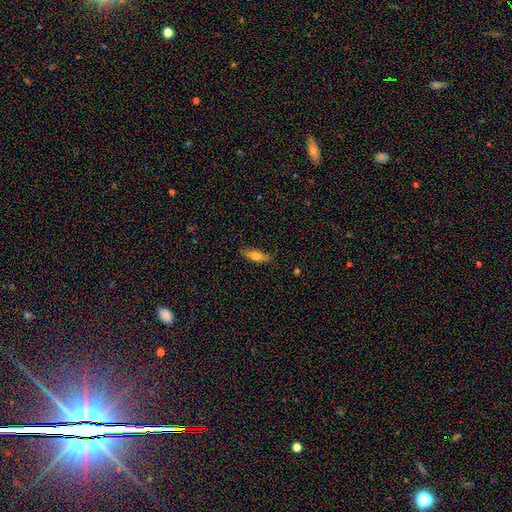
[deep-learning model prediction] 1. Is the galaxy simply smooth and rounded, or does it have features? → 71% smooth, 22% featured or disk, 7% star or artifact.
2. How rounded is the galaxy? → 55% in between, 43% cigar-shaped, 3% round.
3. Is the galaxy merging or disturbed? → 80% none, 16% minor disturbance, 3% major disturbance, 1% merger.